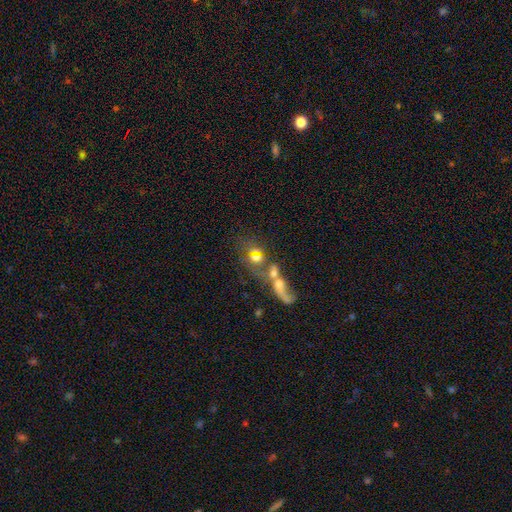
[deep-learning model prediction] A smooth galaxy with no disk features (49%). Merging: merger (63%).